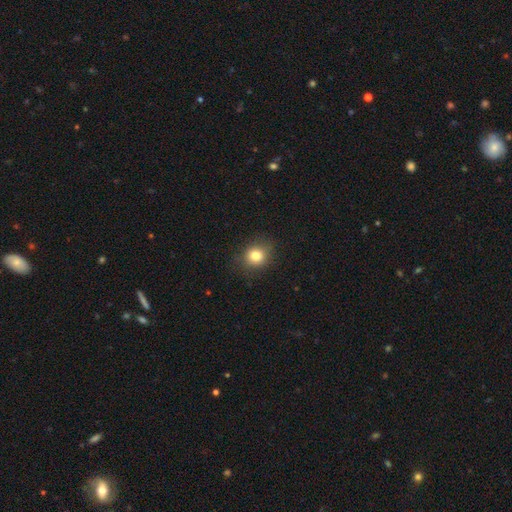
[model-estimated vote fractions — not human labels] A smooth galaxy with no disk features (81%) that is round (75%).

Vote fractions:
- Smooth or featured? smooth: 81% / star or artifact: 11% / featured or disk: 7%
- How rounded? round: 75% / in between: 24% / cigar-shaped: 1%
- Merging? none: 84% / minor disturbance: 12% / major disturbance: 3% / merger: 1%